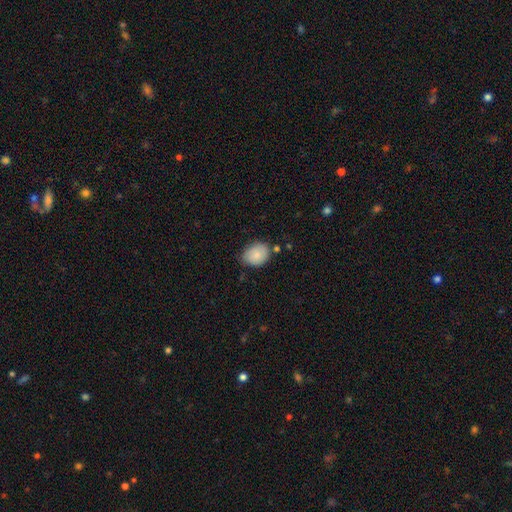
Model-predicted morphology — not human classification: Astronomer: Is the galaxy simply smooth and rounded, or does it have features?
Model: smooth — 85%.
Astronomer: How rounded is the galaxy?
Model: in between — 62% (runner-up: round, 37%).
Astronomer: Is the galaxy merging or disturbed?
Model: none — 68%.